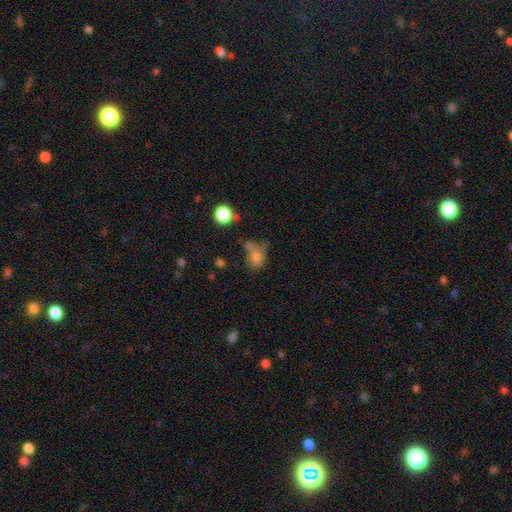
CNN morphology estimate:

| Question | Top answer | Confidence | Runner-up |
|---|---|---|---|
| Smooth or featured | smooth | 73% | star or artifact (14%) |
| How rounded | in between | 64% | round (34%) |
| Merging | none | 35% | merger (23%) |